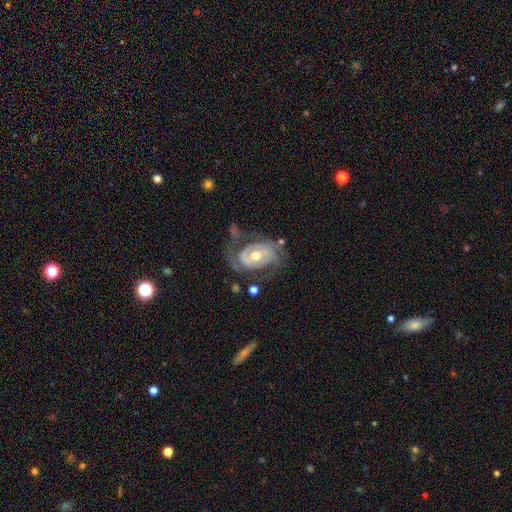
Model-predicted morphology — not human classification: The model was most divided on "spiral winding": tight: 43%, medium: 38%, loose: 19%. More confident: edge-on disk — no (96%); spiral arms — yes (87%); smooth or featured — featured or disk (84%); bulge size — moderate (74%); spiral arm count — 2 (61%); bar — no (58%); merging — none (52%).